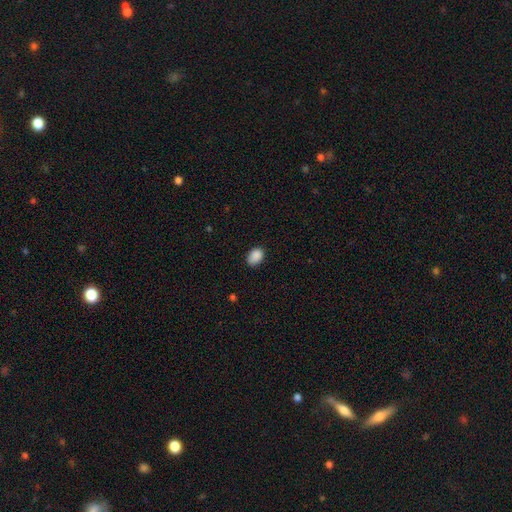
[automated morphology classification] smooth 88%, star or artifact 8%, featured or disk 3%. Down the decision tree: how rounded — in between (80%); merging — none (78%).